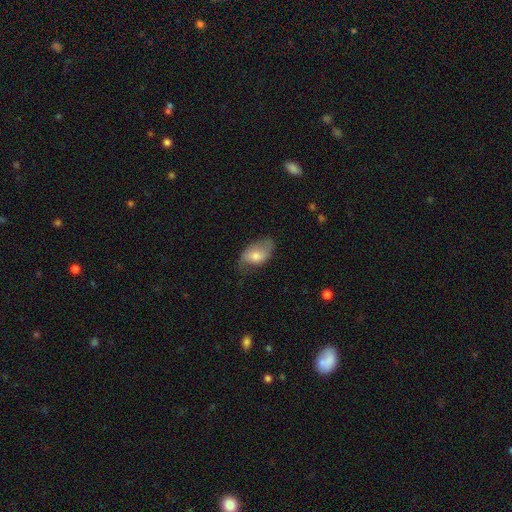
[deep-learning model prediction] smooth_or_featured: smooth (p=0.63) [alt: featured or disk p=0.30]
how_rounded: in between (p=0.91) [alt: round p=0.07]
merging: none (p=0.57) [alt: minor disturbance p=0.31]